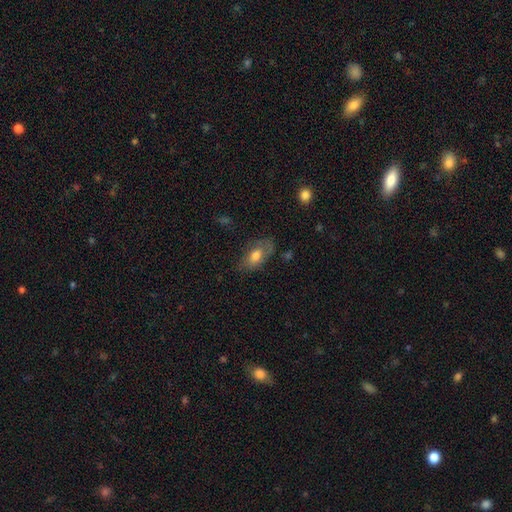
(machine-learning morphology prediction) This is likely a smooth galaxy (70%). How rounded: clearly in between (89%). Merging: likely none (62%).